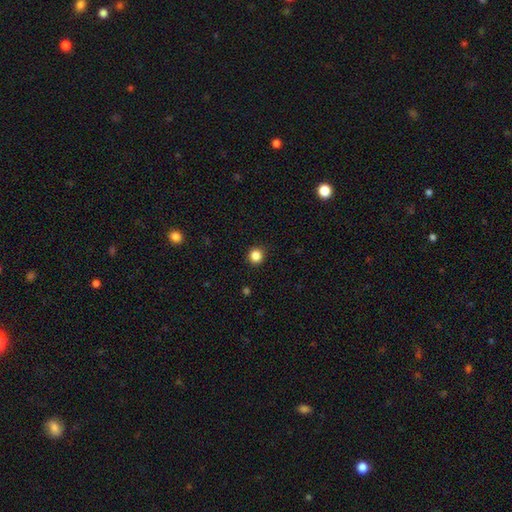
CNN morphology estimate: Overall: smooth (85%). How rounded: round (92%). Merging: none (92%).